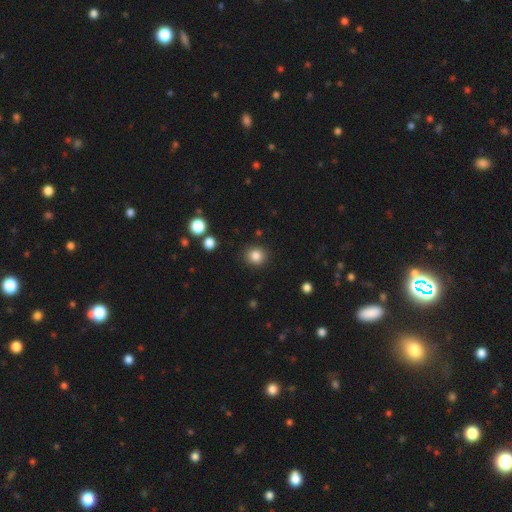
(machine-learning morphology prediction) Overall: smooth (84%). How rounded: round (85%). Merging: none (90%).